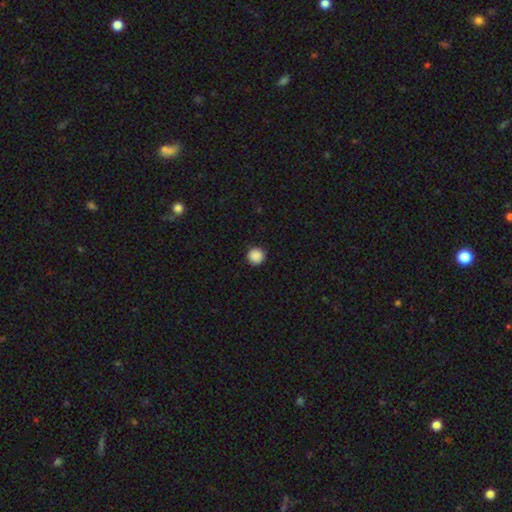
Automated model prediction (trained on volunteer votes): smooth 89%, star or artifact 9%, featured or disk 2%. Down the decision tree: how rounded — round (96%); merging — none (93%).